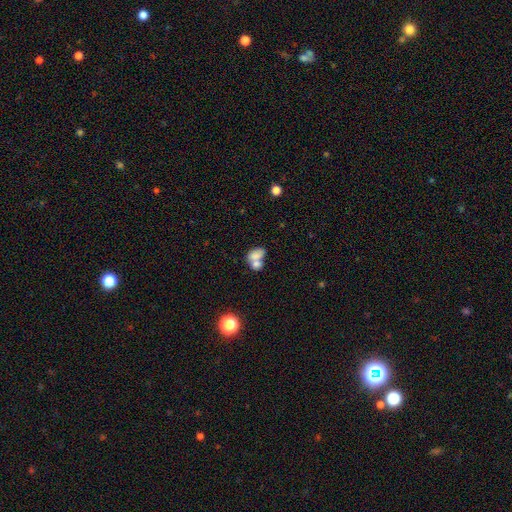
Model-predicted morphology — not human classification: Overall: smooth (73%). How rounded: in between (76%). Merging: merger (66%).